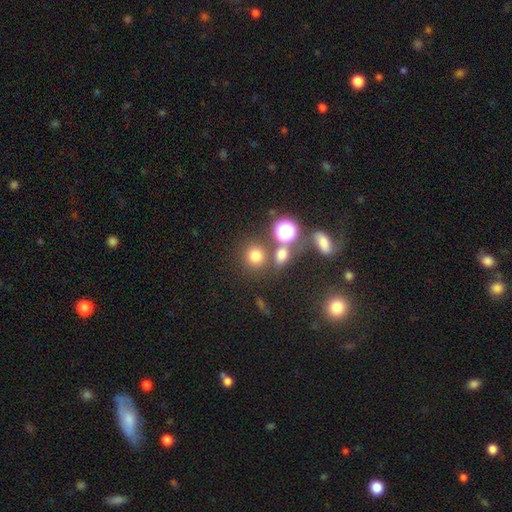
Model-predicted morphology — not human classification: smooth-or-featured: smooth: 73% | star or artifact: 20% | featured or disk: 8%
  how-rounded: round: 84% | in between: 14% | cigar-shaped: 1%
  merging: none: 71% | merger: 15% | minor disturbance: 9% | major disturbance: 5%